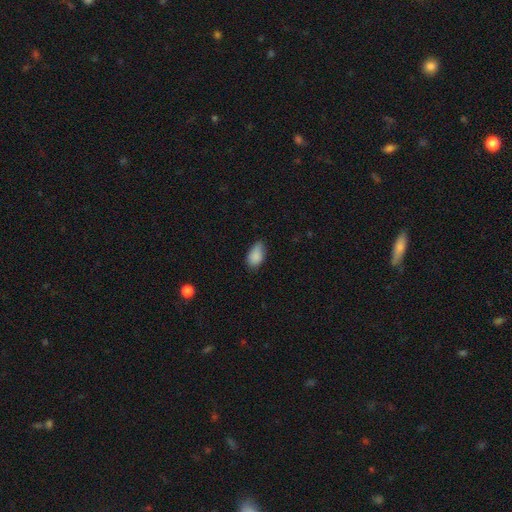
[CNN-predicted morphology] smooth 86%, star or artifact 8%, featured or disk 6%. Down the decision tree: how rounded — in between (91%); merging — none (55%).